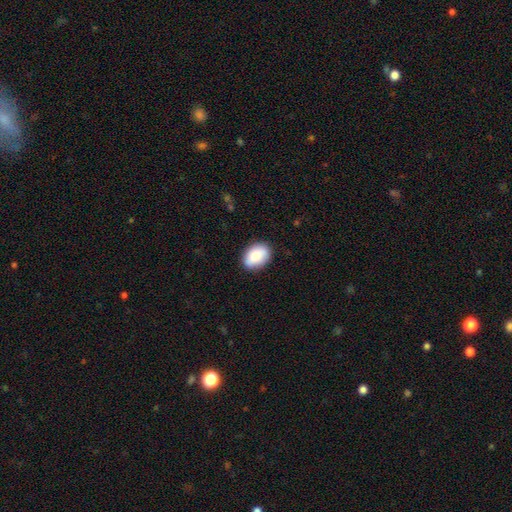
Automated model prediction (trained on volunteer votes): A smooth galaxy with no disk features (78%) that is in between round and cigar-shaped (78%). Merging: none (85%).